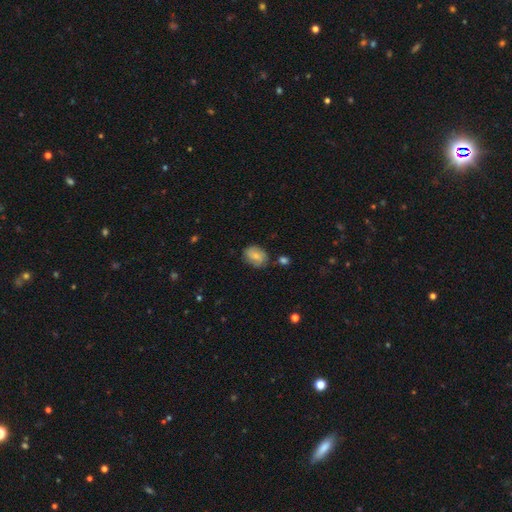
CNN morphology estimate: A smooth galaxy with no disk features (69%) that is in between round and cigar-shaped (65%). Merging: none (71%).